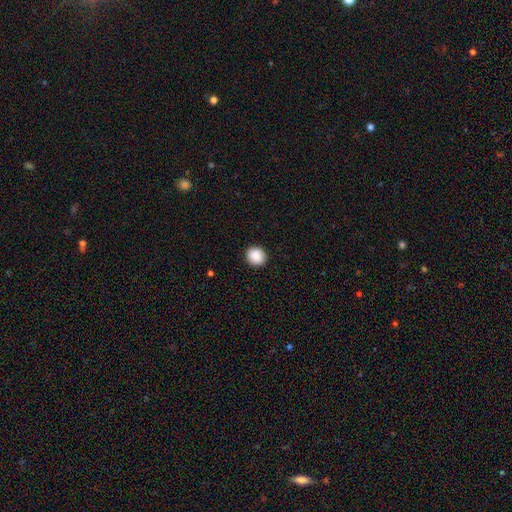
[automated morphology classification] Overall: smooth (89%). How rounded: round (84%). Merging: none (91%).